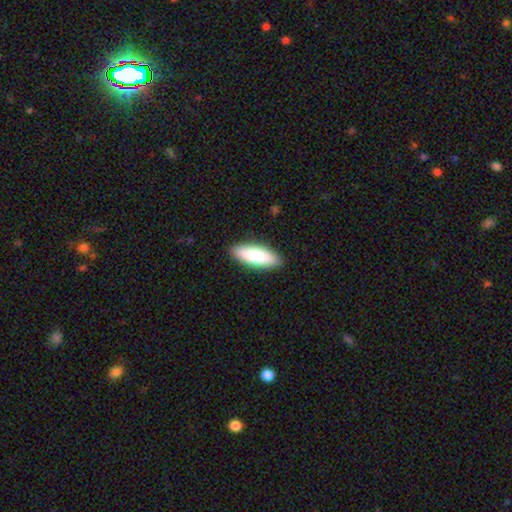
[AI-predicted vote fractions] This appears to be a smooth galaxy with no disk features (74%) that is in between round and cigar-shaped (65%). Merging: none (89%).